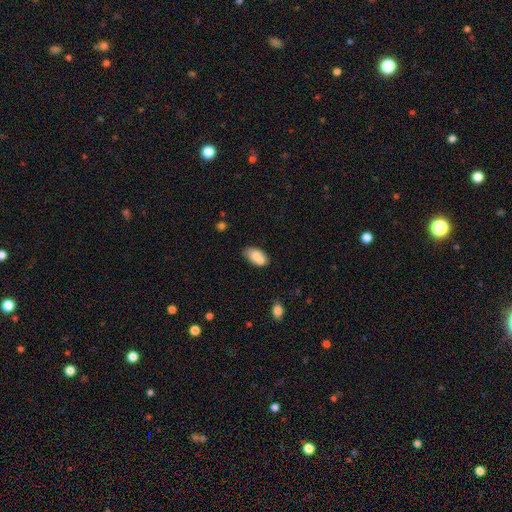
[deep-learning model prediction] This is likely a smooth galaxy (72%). How rounded: clearly in between (90%). Merging: marginally none (42%).